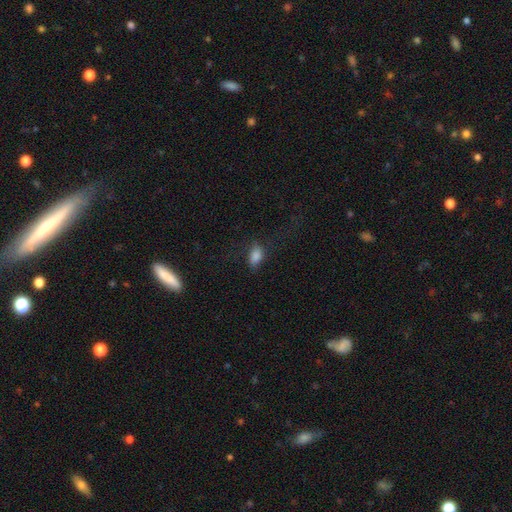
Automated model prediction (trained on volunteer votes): smooth 82%, star or artifact 10%, featured or disk 8%. Down the decision tree: how rounded — in between (84%); merging — none (64%).